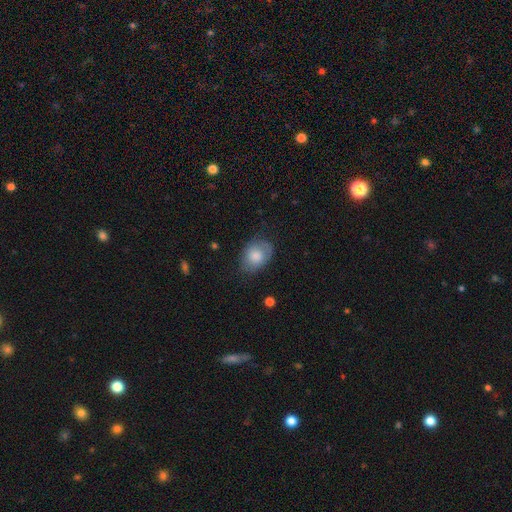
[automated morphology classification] A smooth galaxy with no disk features (76%) that is in between round and cigar-shaped (71%). Merging: none (67%).